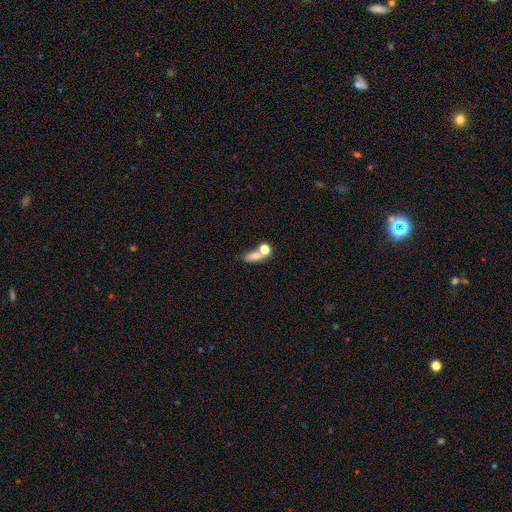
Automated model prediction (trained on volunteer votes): smooth-or-featured: smooth: 71% | featured or disk: 16% | star or artifact: 13%
  how-rounded: in between: 63% | round: 25% | cigar-shaped: 12%
  merging: merger: 44% | none: 35% | minor disturbance: 12% | major disturbance: 10%